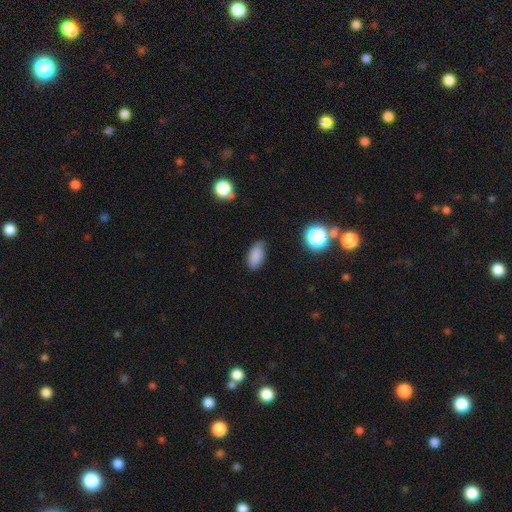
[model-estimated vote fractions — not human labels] A smooth galaxy with no disk features (84%) that is in between round and cigar-shaped (90%).

Vote fractions:
- Smooth or featured? smooth: 84% / star or artifact: 10% / featured or disk: 6%
- How rounded? in between: 90% / round: 6% / cigar-shaped: 4%
- Merging? none: 71% / minor disturbance: 24% / major disturbance: 4% / merger: 2%